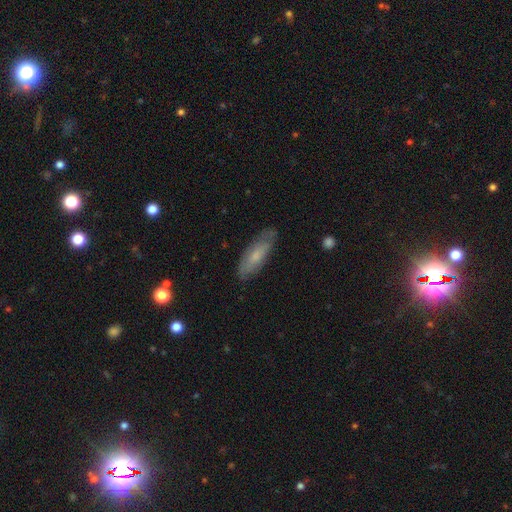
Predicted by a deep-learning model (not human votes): The model was most divided on "how rounded": in between: 53%, cigar-shaped: 45%, round: 2%. More confident: merging — none (78%); smooth or featured — smooth (59%).